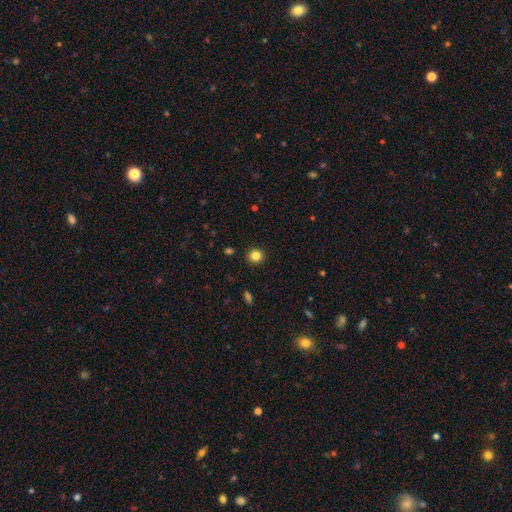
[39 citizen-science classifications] smooth_or_featured: smooth (p=0.87) [alt: star or artifact p=0.13]
how_rounded: round (p=0.91) [alt: in between p=0.06]
merging: none (p=0.85) [alt: minor disturbance p=0.06]